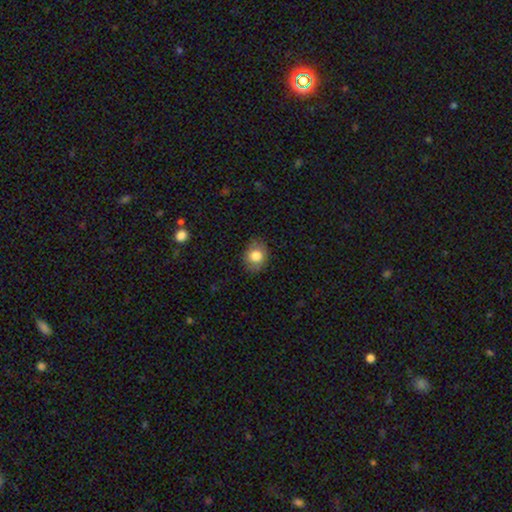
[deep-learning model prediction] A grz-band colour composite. It shows a smooth galaxy with no disk features (81%) that is round (60%). Merging: none (82%).